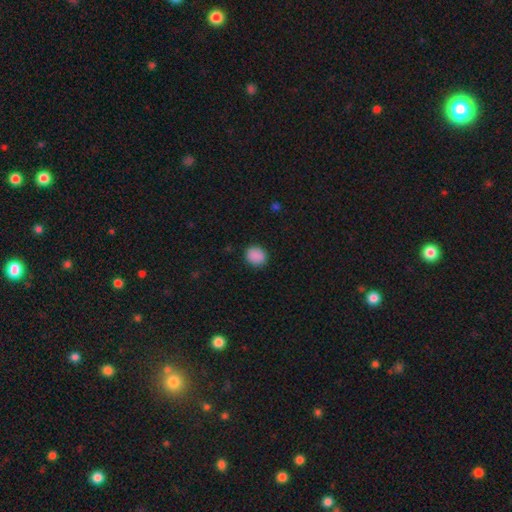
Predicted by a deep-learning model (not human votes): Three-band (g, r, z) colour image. It shows a smooth galaxy with no disk features (89%) that is round (72%). Merging: none (89%).